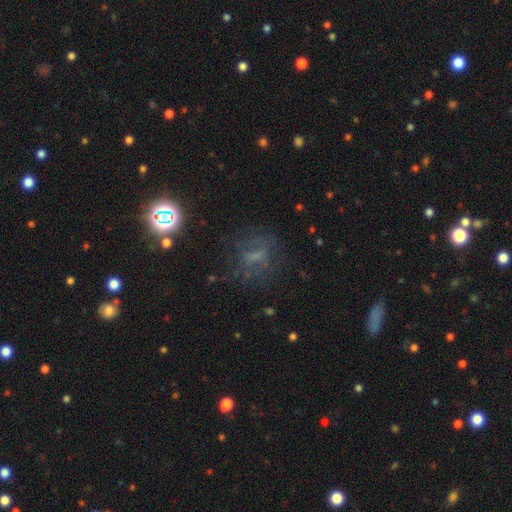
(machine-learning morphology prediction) This is marginally a smooth galaxy (37%). Merging: likely none (62%).